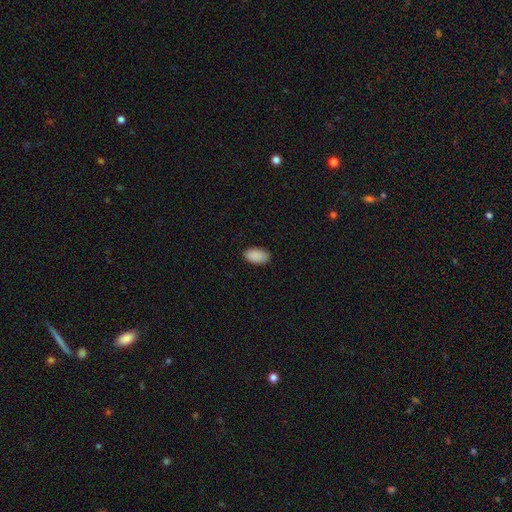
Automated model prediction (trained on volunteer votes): This appears to be a smooth galaxy with no disk features (90%) that is in between round and cigar-shaped (94%). Merging: none (87%).